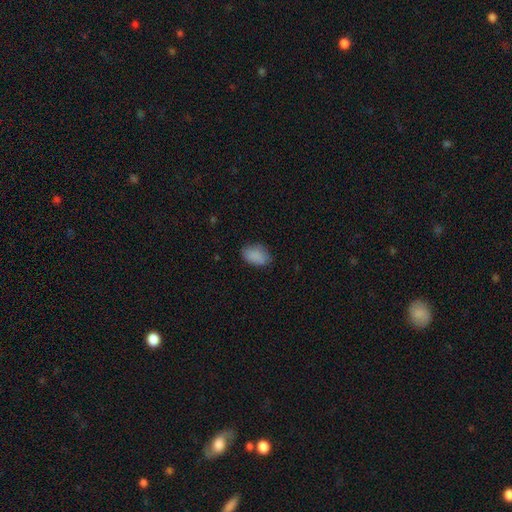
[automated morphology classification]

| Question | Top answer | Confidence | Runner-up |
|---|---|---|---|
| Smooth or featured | smooth | 88% | star or artifact (8%) |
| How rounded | in between | 88% | round (10%) |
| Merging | none | 76% | minor disturbance (19%) |